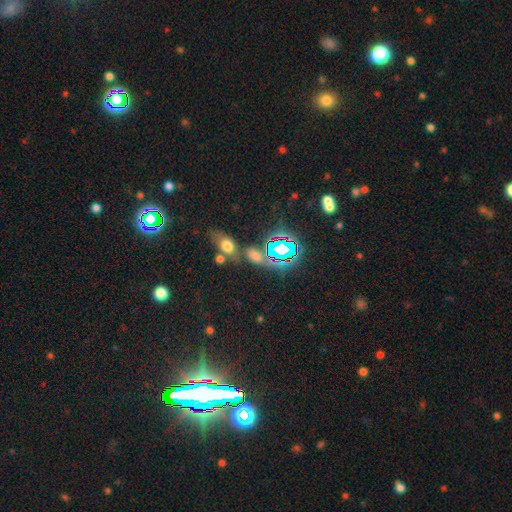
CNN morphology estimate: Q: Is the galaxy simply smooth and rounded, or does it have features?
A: smooth — 47%.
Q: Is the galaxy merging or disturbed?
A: none — 58%.